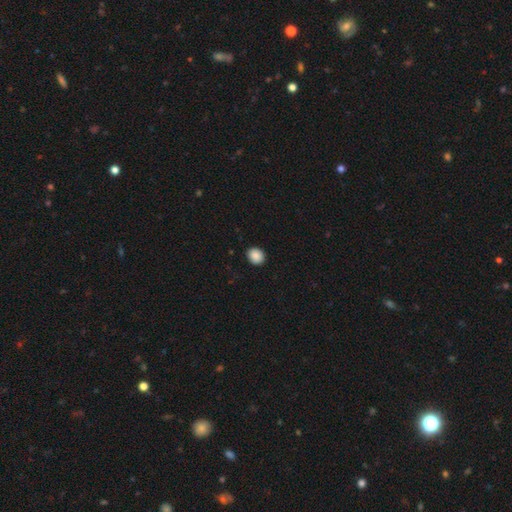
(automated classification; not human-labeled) Smooth or featured?
  - smooth: 89% *
  - star or artifact: 8%
  - featured or disk: 3%
How rounded?
  - round: 73% *
  - in between: 27%
  - cigar-shaped: 1%
Merging?
  - none: 91% *
  - minor disturbance: 6%
  - major disturbance: 2%
  - merger: 1%